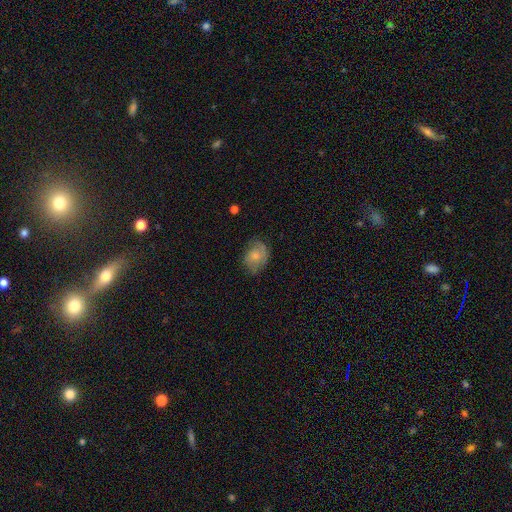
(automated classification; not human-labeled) Smooth or featured? smooth (64%)
How rounded? in between (62%)
Merging? none (60%)